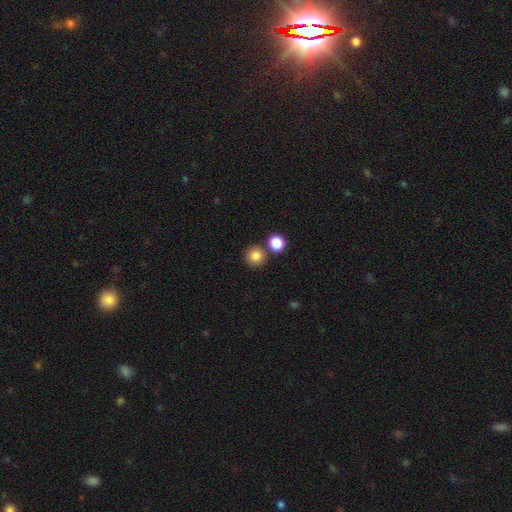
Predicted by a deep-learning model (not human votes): Morphology: type=smooth (84%); roundness=round (91%); merging=none (72%).